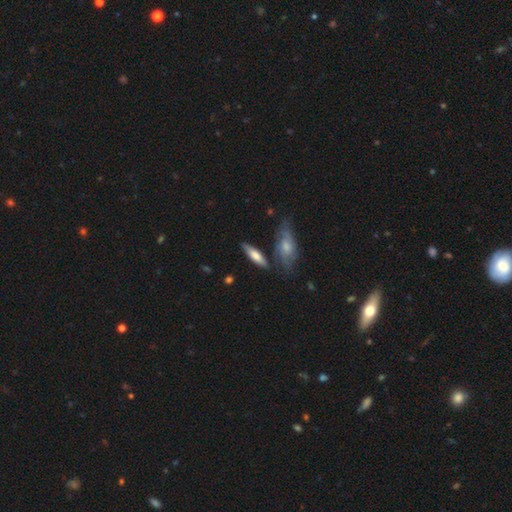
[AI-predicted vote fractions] A smooth galaxy with no disk features (65%) that is cigar-shaped (55%).

Vote fractions:
- Smooth or featured? smooth: 65% / featured or disk: 30% / star or artifact: 6%
- How rounded? cigar-shaped: 55% / in between: 42% / round: 3%
- Merging? none: 72% / minor disturbance: 16% / merger: 8% / major disturbance: 4%